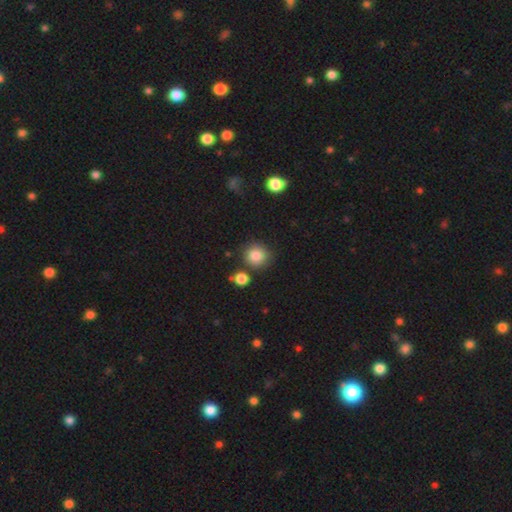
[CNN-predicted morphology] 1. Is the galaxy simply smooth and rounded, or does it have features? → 85% smooth, 10% star or artifact, 5% featured or disk.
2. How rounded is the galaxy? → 89% round, 10% in between, 1% cigar-shaped.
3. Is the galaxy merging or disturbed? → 80% none, 11% minor disturbance, 6% merger, 3% major disturbance.